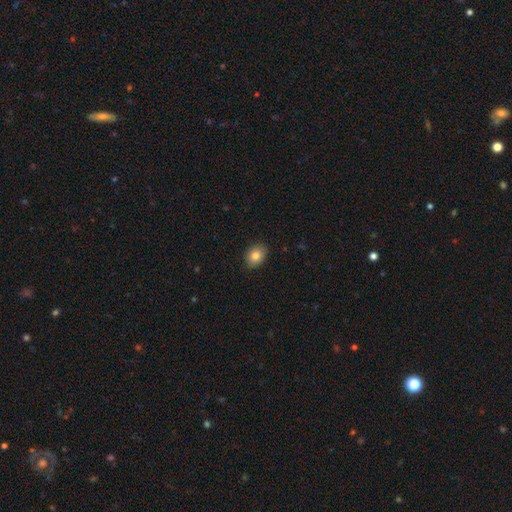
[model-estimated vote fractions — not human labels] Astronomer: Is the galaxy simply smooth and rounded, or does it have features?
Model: smooth — 83%.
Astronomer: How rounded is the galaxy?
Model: in between — 65%.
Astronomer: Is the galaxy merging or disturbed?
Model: none — 88%.